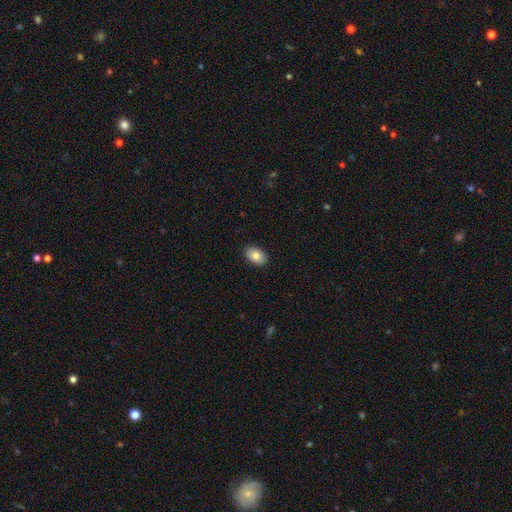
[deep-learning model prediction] Smooth or featured? smooth (83%)
How rounded? in between (91%)
Merging? none (89%)